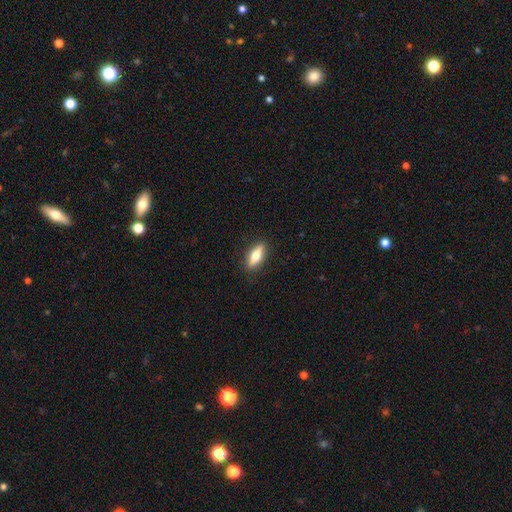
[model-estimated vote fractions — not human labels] A smooth galaxy with no disk features (64%) that is in between round and cigar-shaped (63%).

Vote fractions:
- Smooth or featured? smooth: 64% / featured or disk: 29% / star or artifact: 6%
- How rounded? in between: 63% / cigar-shaped: 34% / round: 3%
- Merging? none: 88% / minor disturbance: 9% / major disturbance: 2% / merger: 1%